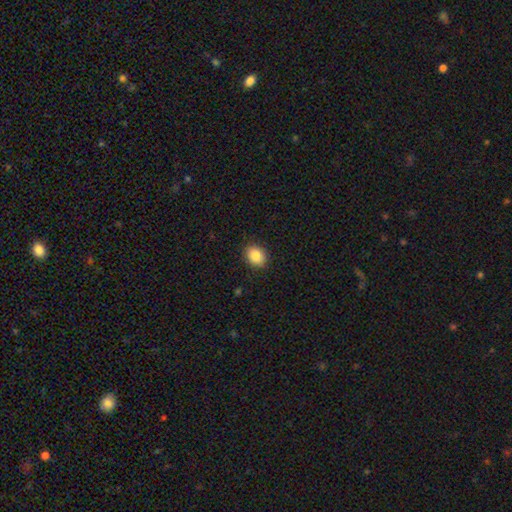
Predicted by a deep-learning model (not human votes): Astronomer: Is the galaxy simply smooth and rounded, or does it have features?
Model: smooth — 86%.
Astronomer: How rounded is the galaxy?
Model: in between — 54% (runner-up: round, 45%).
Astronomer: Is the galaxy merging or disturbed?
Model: none — 89%.